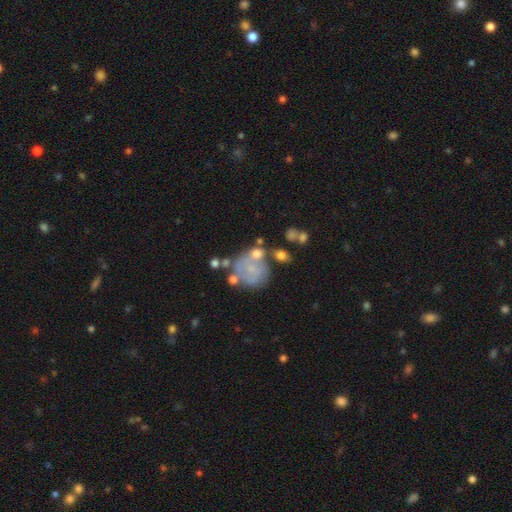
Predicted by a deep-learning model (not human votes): featured or disk 55%, smooth 31%, star or artifact 15%. Down the decision tree: edge-on disk — no (98%); bar — no (86%); spiral arms — no (65%); bulge size — small (57%); merging — none (44%).